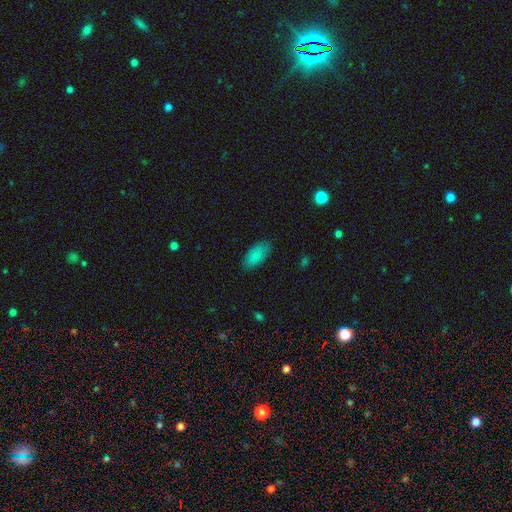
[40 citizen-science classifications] This is clearly a smooth galaxy (90%). How rounded: clearly in between (92%). Merging: clearly none (82%).